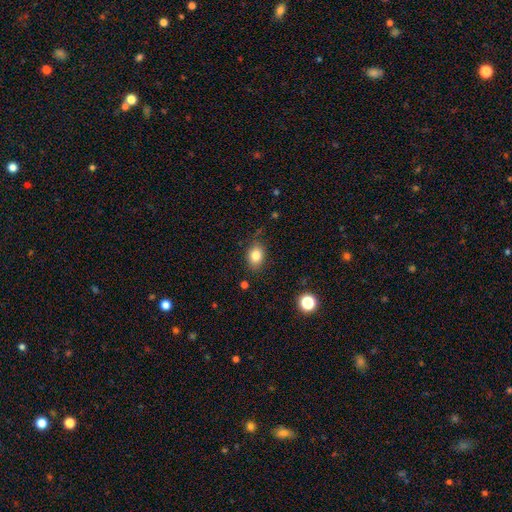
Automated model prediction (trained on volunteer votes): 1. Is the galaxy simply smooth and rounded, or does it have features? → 82% smooth, 10% star or artifact, 8% featured or disk.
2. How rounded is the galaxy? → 71% in between, 28% round, 1% cigar-shaped.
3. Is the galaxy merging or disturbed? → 78% none, 16% minor disturbance, 4% major disturbance, 2% merger.